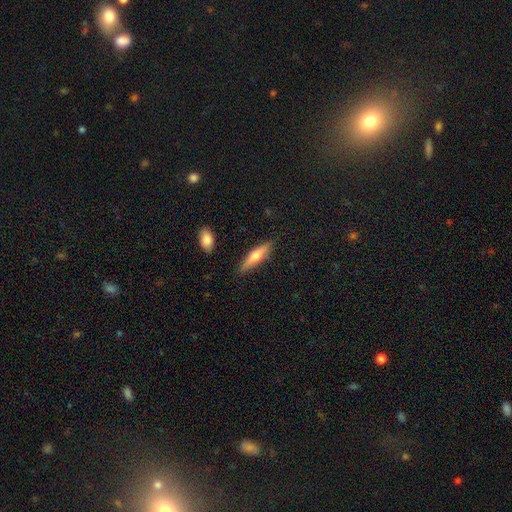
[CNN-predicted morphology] Smooth or featured? smooth (57%)
How rounded? cigar-shaped (76%)
Merging? none (85%)